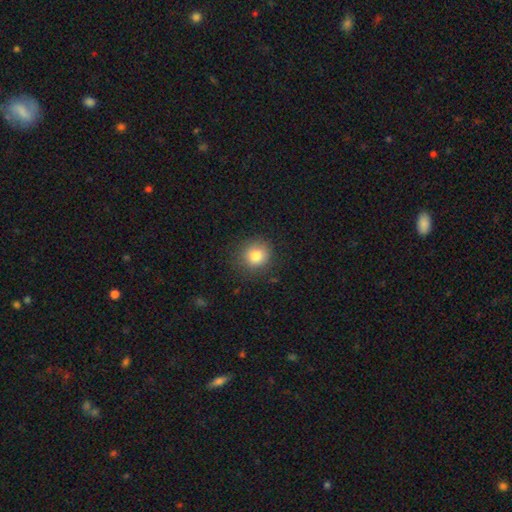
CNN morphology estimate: Q: Smooth or featured?
A: smooth (81%); runner-up: star or artifact (11%)
Q: How rounded?
A: round (87%); runner-up: in between (12%)
Q: Merging?
A: none (86%); runner-up: minor disturbance (10%)